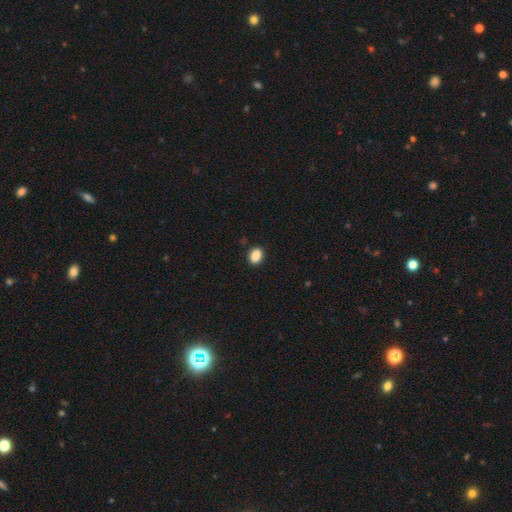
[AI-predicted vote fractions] smooth_or_featured: smooth (p=0.88) [alt: star or artifact p=0.09]
how_rounded: in between (p=0.78) [alt: round p=0.20]
merging: none (p=0.89) [alt: minor disturbance p=0.08]